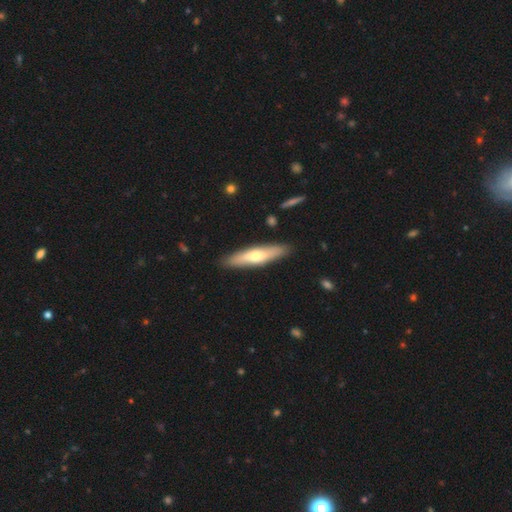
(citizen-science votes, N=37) smooth-or-featured: featured or disk: 62% | smooth: 38% | star or artifact: 0%
  disk-edge-on: yes: 78% | no: 22%
    edge-on-bulge: rounded: 89% | boxy: 11% | none: 0%
  merging: none: 84% | minor disturbance: 14% | merger: 3% | major disturbance: 0%